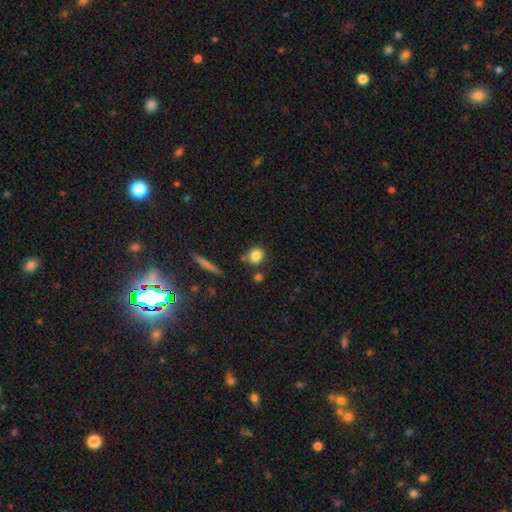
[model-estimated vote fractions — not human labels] Q: Smooth or featured?
A: smooth (84%); runner-up: star or artifact (9%)
Q: How rounded?
A: round (80%); runner-up: in between (18%)
Q: Merging?
A: none (77%); runner-up: minor disturbance (11%)